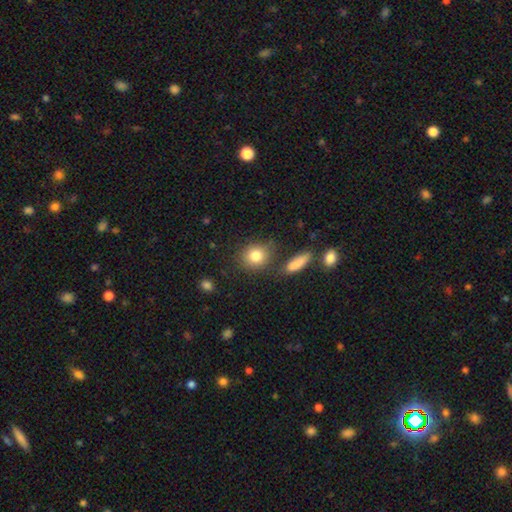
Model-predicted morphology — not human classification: This appears to be a smooth galaxy with no disk features (83%) that is round (73%). Merging: none (76%).